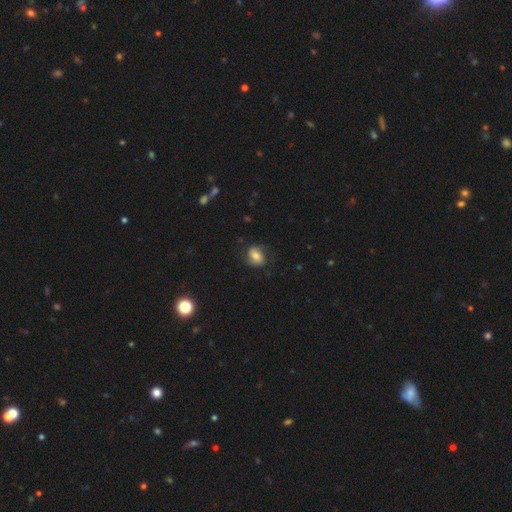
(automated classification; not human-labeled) smooth_or_featured: smooth (p=0.57) [alt: featured or disk p=0.34]
how_rounded: in between (p=0.59) [alt: round p=0.40]
merging: none (p=0.71) [alt: minor disturbance p=0.19]